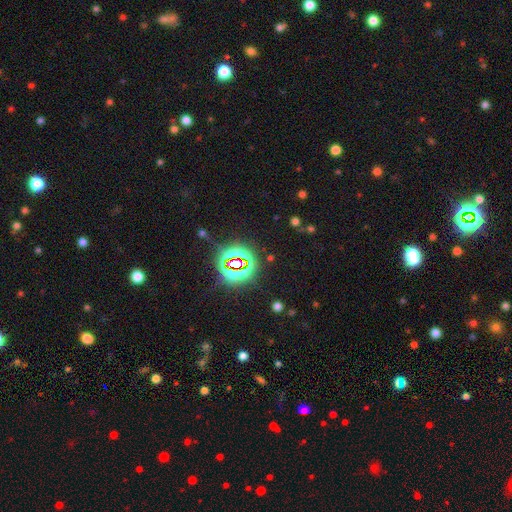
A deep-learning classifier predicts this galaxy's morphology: Smooth or featured? star or artifact (82%)